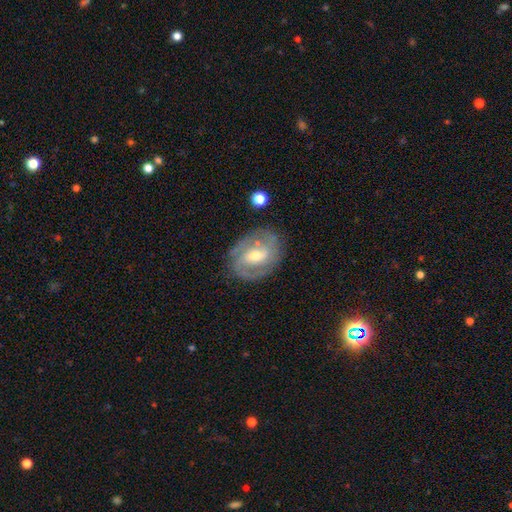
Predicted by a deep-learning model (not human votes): Smooth or featured? featured or disk (80%)
Edge-on disk? no (96%)
Bar? weak (49%)
Spiral arms? yes (90%)
Spiral winding? tight (45%)
Spiral arm count? 2 (67%)
Bulge size? moderate (59%)
Merging? none (76%)